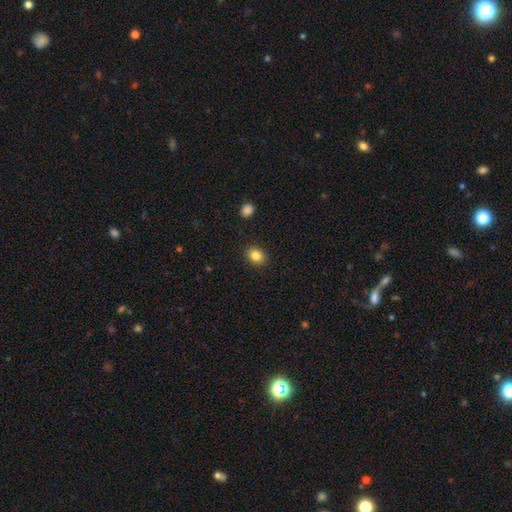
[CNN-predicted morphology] Smooth or featured? smooth (84%)
How rounded? round (54%)
Merging? none (90%)